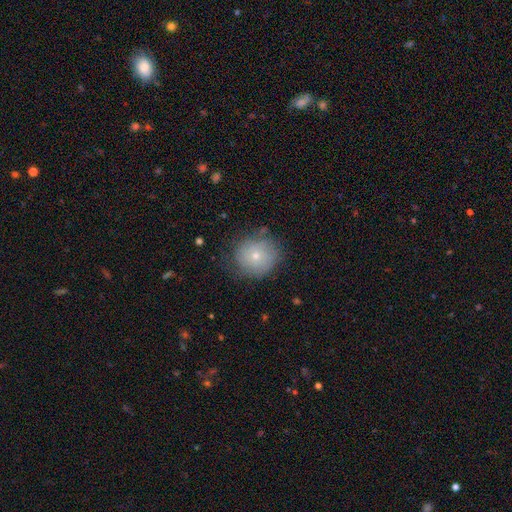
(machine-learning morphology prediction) smooth 63%, featured or disk 25%, star or artifact 11%. Down the decision tree: how rounded — round (87%); merging — none (74%).